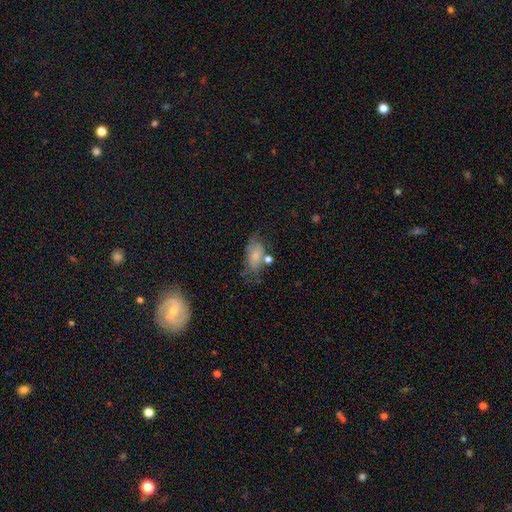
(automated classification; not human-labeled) Smooth or featured?
  - smooth: 67% *
  - featured or disk: 24%
  - star or artifact: 9%
How rounded?
  - in between: 88% *
  - round: 7%
  - cigar-shaped: 5%
Merging?
  - none: 41% *
  - minor disturbance: 28%
  - major disturbance: 17%
  - merger: 14%